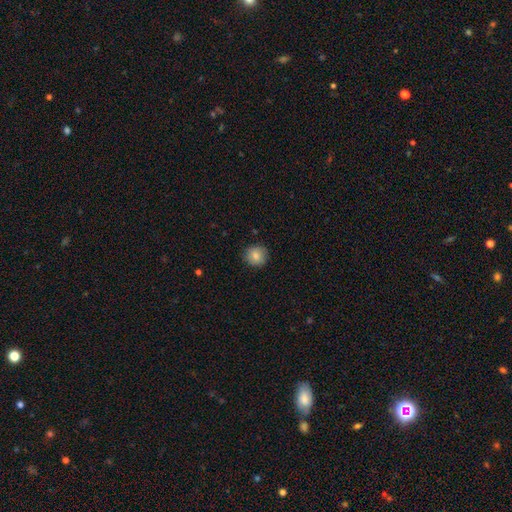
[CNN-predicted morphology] type=smooth (84%); roundness=round (92%); merging=none (88%).